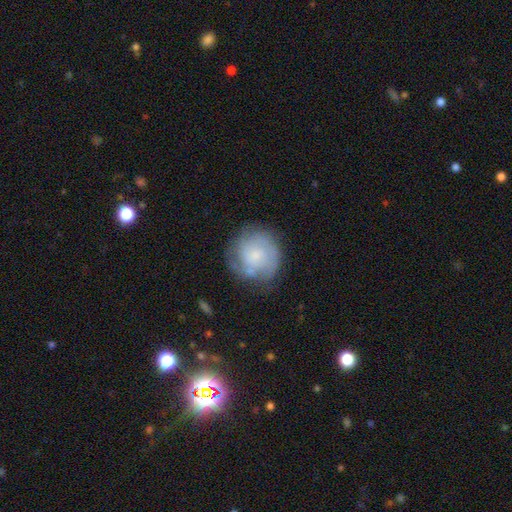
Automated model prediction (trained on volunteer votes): featured or disk 55%, smooth 38%, star or artifact 7%. Down the decision tree: edge-on disk — no (98%); bar — no (75%); spiral arms — yes (82%); bulge size — small (53%); merging — none (69%).